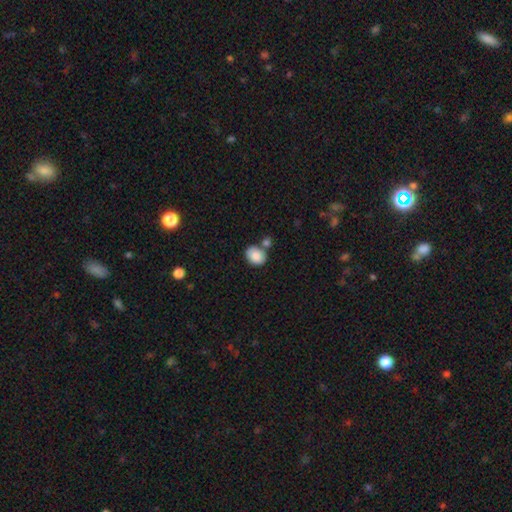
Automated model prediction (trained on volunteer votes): Smooth or featured?
  - smooth: 87% *
  - star or artifact: 7%
  - featured or disk: 6%
How rounded?
  - in between: 59% *
  - round: 40%
  - cigar-shaped: 1%
Merging?
  - none: 58% *
  - merger: 23%
  - minor disturbance: 14%
  - major disturbance: 4%